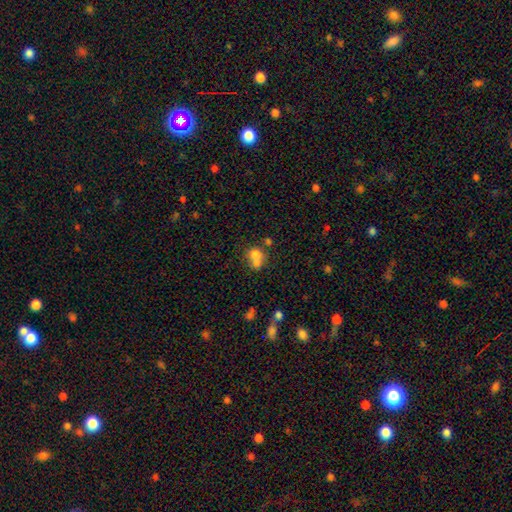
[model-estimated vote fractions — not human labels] This is likely a smooth galaxy (70%). How rounded: likely round (62%). Merging: possibly merger (57%).